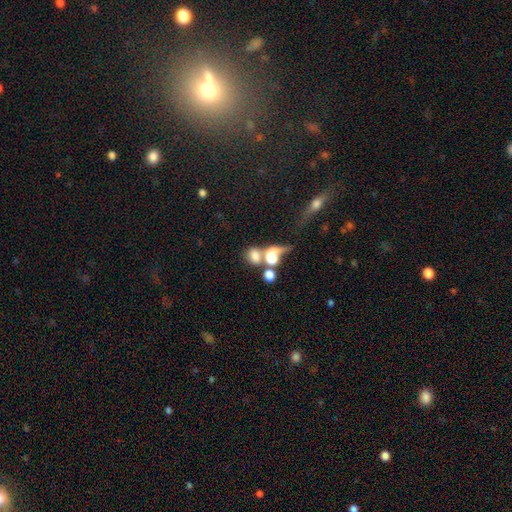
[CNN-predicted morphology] The model was most divided on "how rounded": round: 51%, in between: 46%, cigar-shaped: 3%. More confident: smooth or featured — smooth (64%); merging — merger (56%).